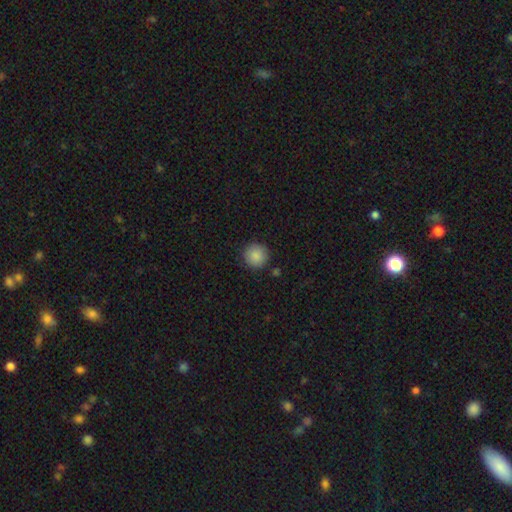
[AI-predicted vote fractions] smooth-or-featured: smooth: 87% | star or artifact: 8% | featured or disk: 5%
  how-rounded: round: 95% | in between: 4% | cigar-shaped: 1%
  merging: none: 89% | minor disturbance: 7% | major disturbance: 2% | merger: 2%